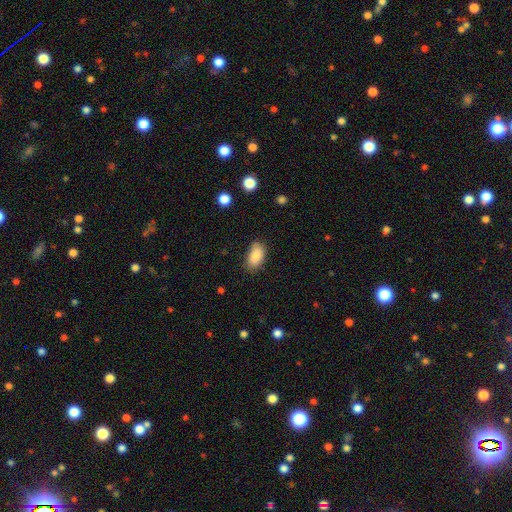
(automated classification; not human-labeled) A smooth galaxy with no disk features (86%) that is in between round and cigar-shaped (93%). Merging: none (77%).